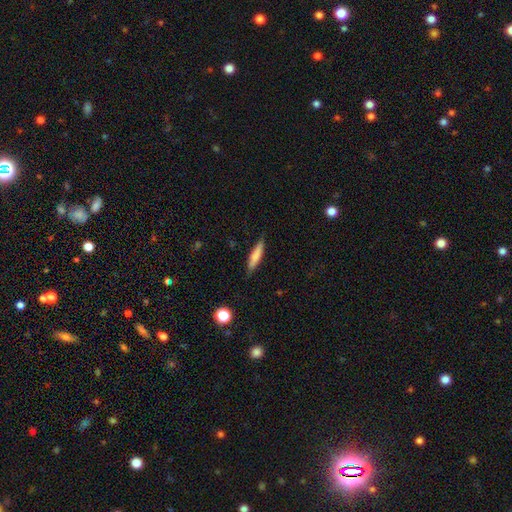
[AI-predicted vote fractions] A smooth galaxy with no disk features (74%) that is cigar-shaped (81%).

Vote fractions:
- Smooth or featured? smooth: 74% / featured or disk: 19% / star or artifact: 7%
- How rounded? cigar-shaped: 81% / in between: 17% / round: 2%
- Merging? none: 83% / minor disturbance: 13% / major disturbance: 2% / merger: 1%